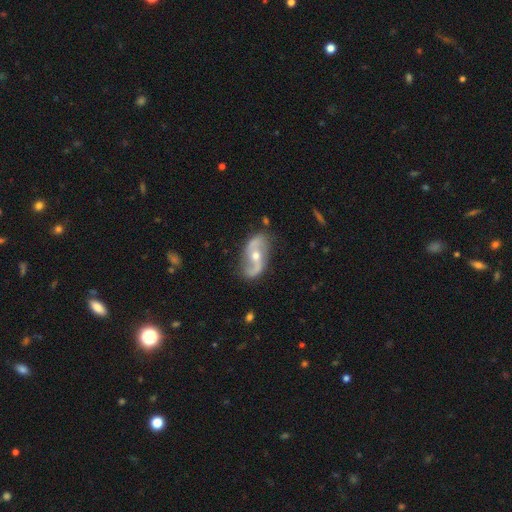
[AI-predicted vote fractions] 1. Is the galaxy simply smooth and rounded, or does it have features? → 88% featured or disk, 7% smooth, 5% star or artifact.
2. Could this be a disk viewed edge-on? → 96% no, 4% yes.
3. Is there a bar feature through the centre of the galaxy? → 53% no, 32% weak, 15% strong.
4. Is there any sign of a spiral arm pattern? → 95% yes, 5% no.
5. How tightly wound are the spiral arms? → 59% loose, 31% medium, 10% tight.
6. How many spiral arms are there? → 93% 2, 3% can't tell, 2% 1, 1% 3, 1% 4, 1% more than 4.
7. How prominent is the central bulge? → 65% moderate, 31% small, 2% large, 1% none, 1% dominant.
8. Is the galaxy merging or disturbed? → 80% none, 14% minor disturbance, 4% major disturbance, 2% merger.